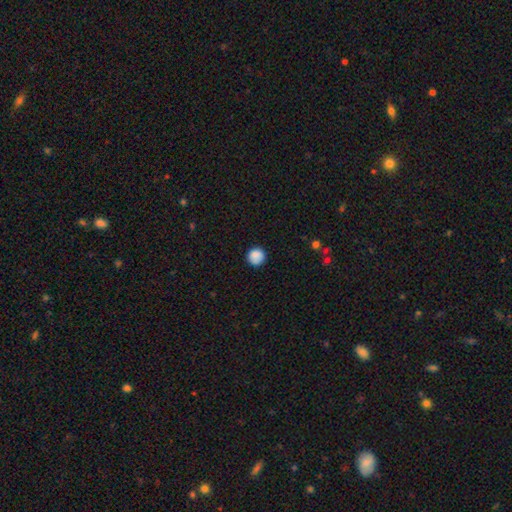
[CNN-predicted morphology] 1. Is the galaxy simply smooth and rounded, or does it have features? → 86% smooth, 9% star or artifact, 5% featured or disk.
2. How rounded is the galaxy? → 93% round, 6% in between, 1% cigar-shaped.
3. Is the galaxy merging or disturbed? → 84% none, 11% minor disturbance, 3% major disturbance, 2% merger.